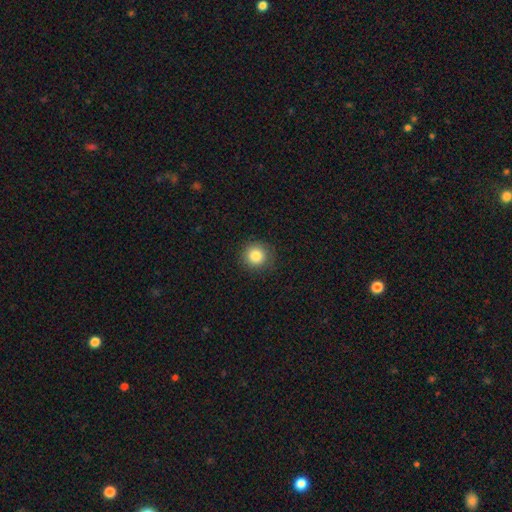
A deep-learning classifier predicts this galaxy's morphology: Smooth or featured: smooth — 84% (star or artifact — 10%)
How rounded: round — 94% (in between — 5%)
Merging: none — 88% (minor disturbance — 8%)